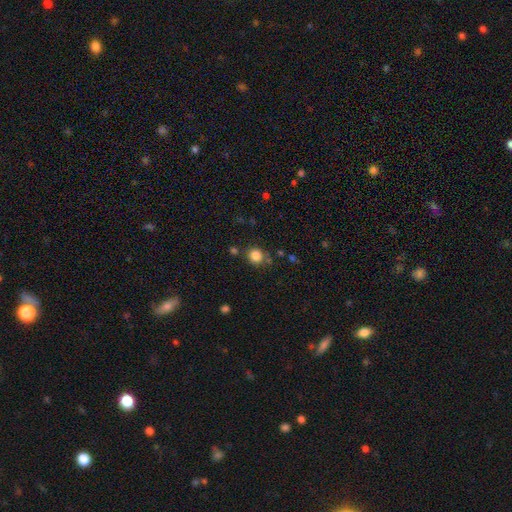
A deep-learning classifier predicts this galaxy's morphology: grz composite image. It shows a smooth galaxy with no disk features (84%) that is round (83%). Merging: none (77%).